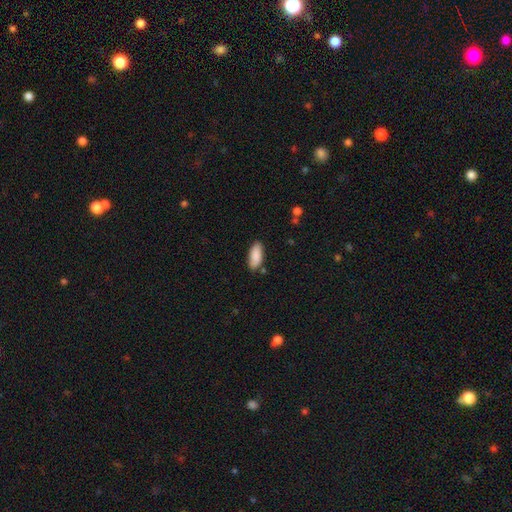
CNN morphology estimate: The model was most divided on "merging": none: 82%, minor disturbance: 13%, merger: 3%, major disturbance: 2%. More confident: smooth or featured — smooth (88%); how rounded — in between (84%).